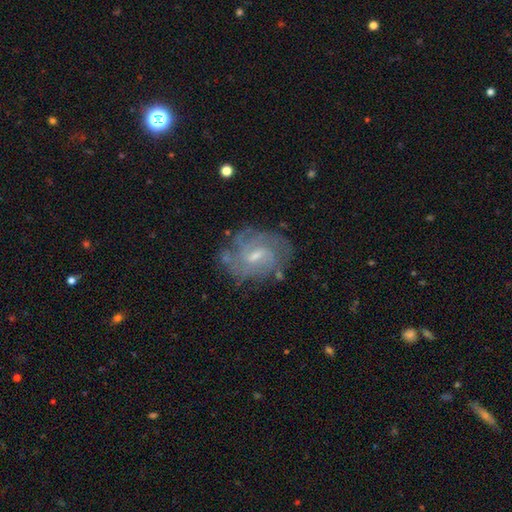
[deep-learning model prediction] This is clearly a featured or disk galaxy (81%). It is clearly not viewed edge-on (97%). Bar: likely weak (64%). Spiral arm pattern: clearly yes (90%). Spiral arm count: marginally can't tell (41%). Spiral winding: possibly tight (55%). Central bulge: possibly small (50%). Merging: likely none (68%).